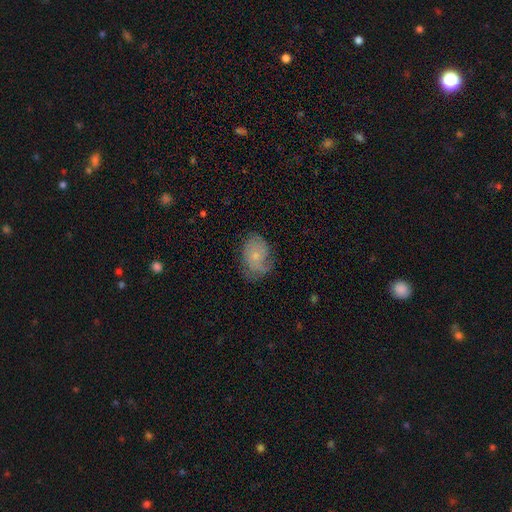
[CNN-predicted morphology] A featured or disk galaxy (47%). Merging: none (59%).